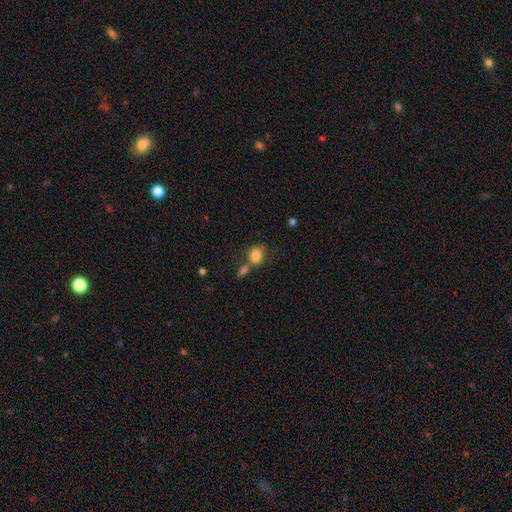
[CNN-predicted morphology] smooth_or_featured: smooth (p=0.83) [alt: star or artifact p=0.09]
how_rounded: in between (p=0.52) [alt: round p=0.46]
merging: none (p=0.46) [alt: merger p=0.33]